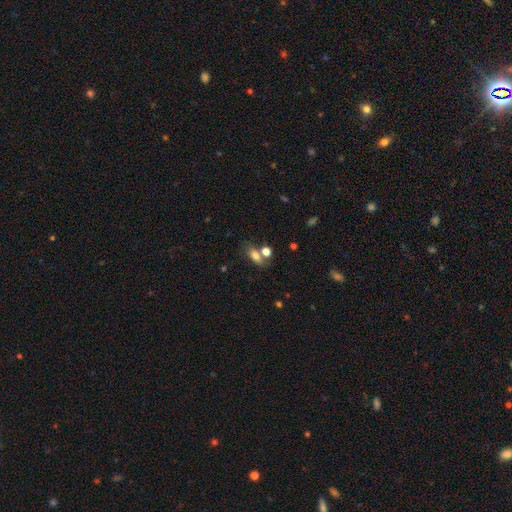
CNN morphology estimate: Smooth or featured: smooth — 75% (featured or disk — 13%)
How rounded: in between — 79% (round — 13%)
Merging: none — 53% (merger — 28%)